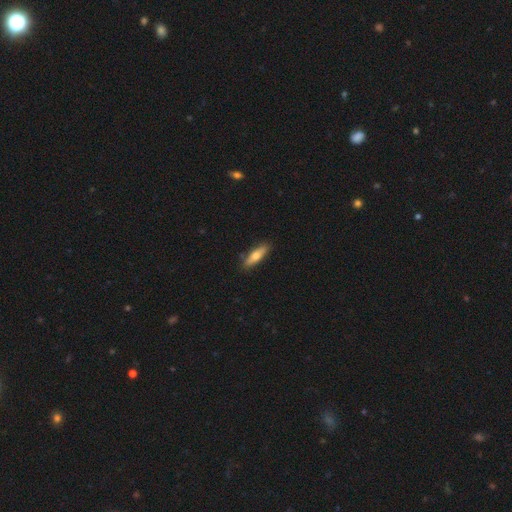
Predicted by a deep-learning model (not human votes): smooth-or-featured: smooth: 64% | featured or disk: 31% | star or artifact: 6%
  how-rounded: cigar-shaped: 63% | in between: 35% | round: 2%
  merging: none: 86% | minor disturbance: 11% | major disturbance: 2% | merger: 1%